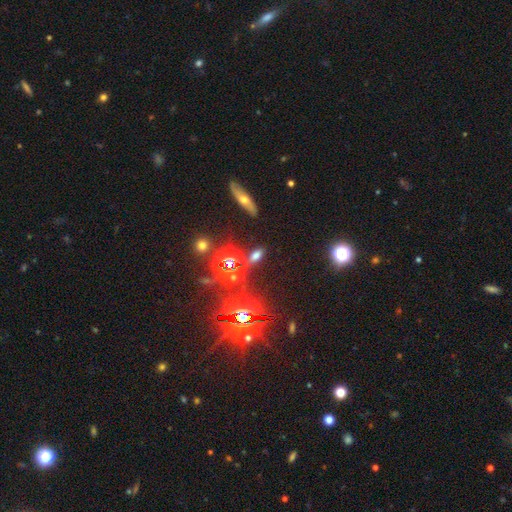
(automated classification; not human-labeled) smooth_or_featured: smooth (p=0.51) [alt: star or artifact p=0.37]
how_rounded: in between (p=0.73) [alt: cigar-shaped p=0.17]
merging: none (p=0.78) [alt: minor disturbance p=0.10]